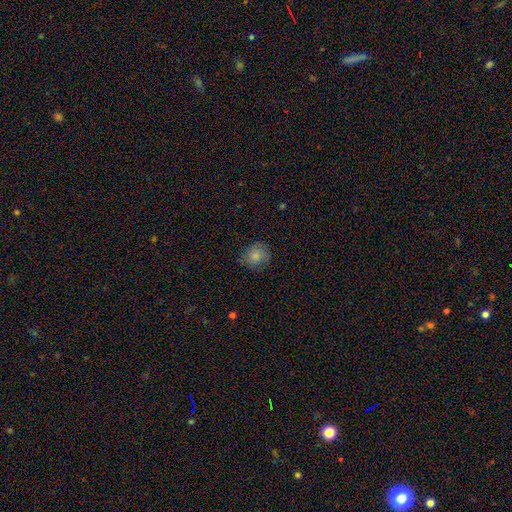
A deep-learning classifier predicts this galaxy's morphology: Q: Smooth or featured?
A: smooth (81%); runner-up: featured or disk (10%)
Q: How rounded?
A: round (78%); runner-up: in between (21%)
Q: Merging?
A: none (76%); runner-up: minor disturbance (19%)